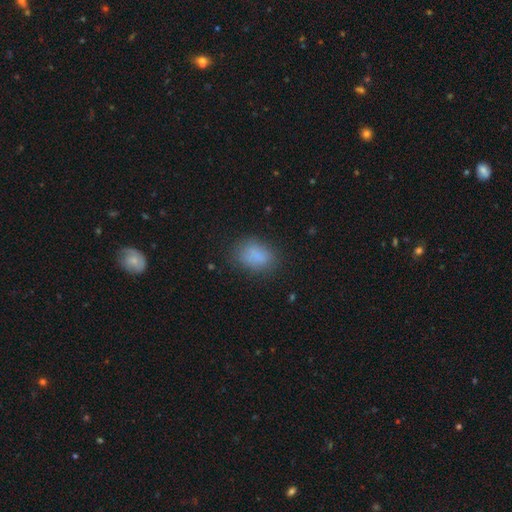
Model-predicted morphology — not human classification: type=smooth (83%); roundness=in between (73%); merging=none (76%).